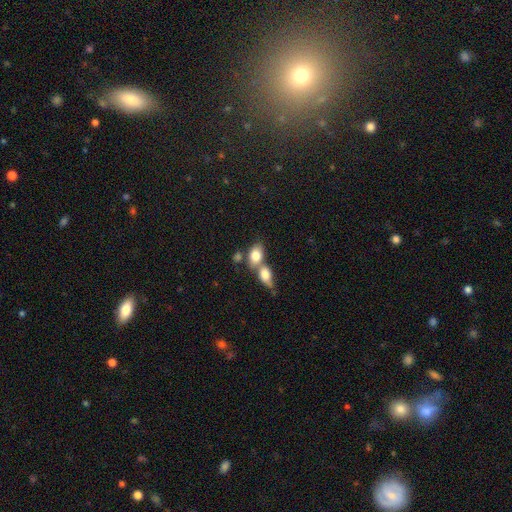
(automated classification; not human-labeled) A smooth galaxy with no disk features (80%) that is in between round and cigar-shaped (79%).

Vote fractions:
- Smooth or featured? smooth: 80% / featured or disk: 13% / star or artifact: 7%
- How rounded? in between: 79% / round: 19% / cigar-shaped: 2%
- Merging? merger: 63% / none: 25% / minor disturbance: 8% / major disturbance: 4%